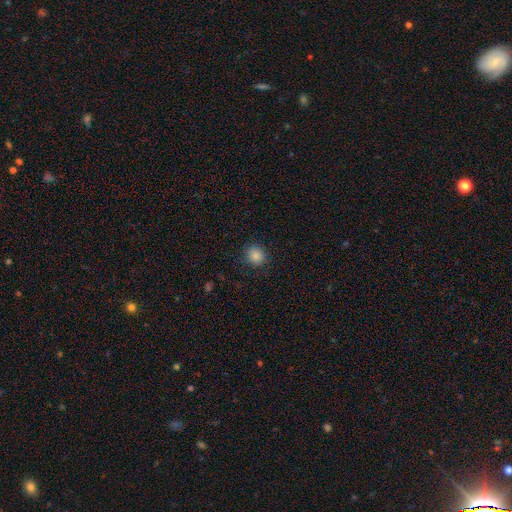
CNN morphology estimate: Smooth or featured?
  - smooth: 85% *
  - star or artifact: 11%
  - featured or disk: 4%
How rounded?
  - round: 87% *
  - in between: 13%
  - cigar-shaped: 1%
Merging?
  - none: 88% *
  - minor disturbance: 8%
  - major disturbance: 3%
  - merger: 1%